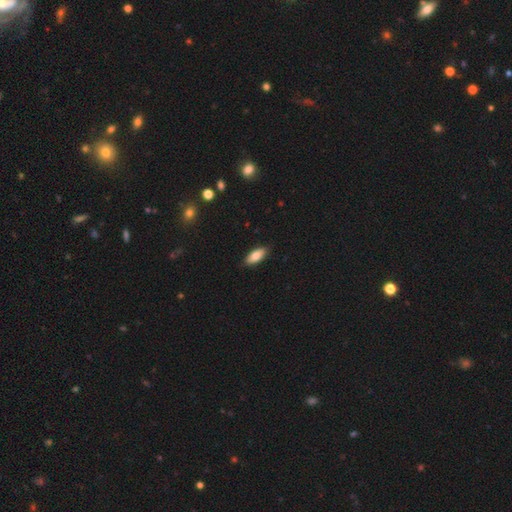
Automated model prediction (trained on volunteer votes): Smooth or featured: smooth — 80% (featured or disk — 13%)
How rounded: in between — 83% (cigar-shaped — 14%)
Merging: none — 87% (minor disturbance — 10%)